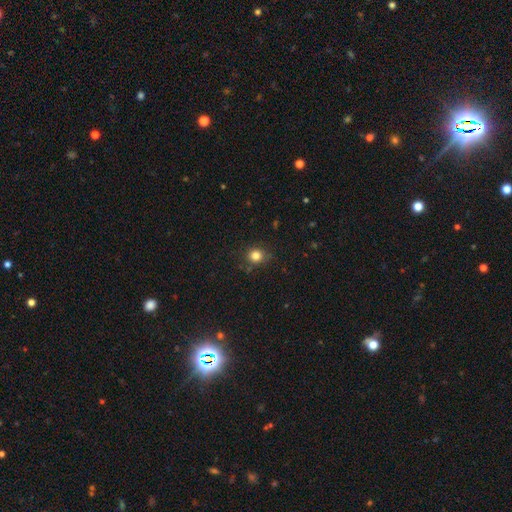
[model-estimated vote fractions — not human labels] This is clearly a smooth galaxy (81%). How rounded: clearly round (85%). Merging: clearly none (83%).